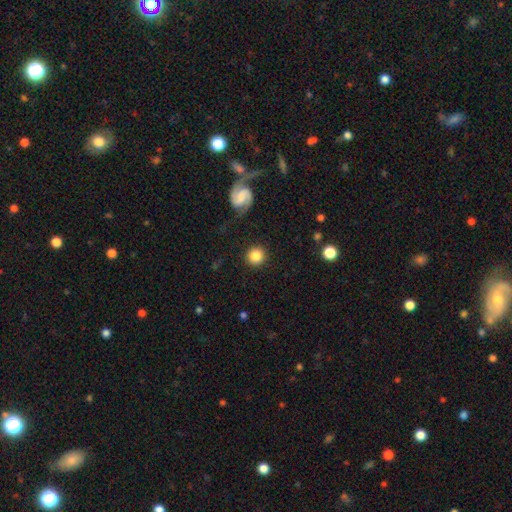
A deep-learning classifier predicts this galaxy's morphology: Smooth or featured? Predicted: smooth (p=0.81). How rounded? Predicted: round (p=0.94). Merging? Predicted: none (p=0.89).